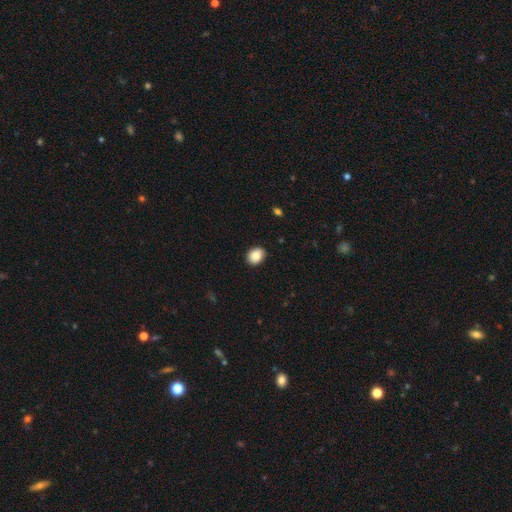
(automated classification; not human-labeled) A smooth galaxy with no disk features (87%) that is round (51%). Merging: none (85%).